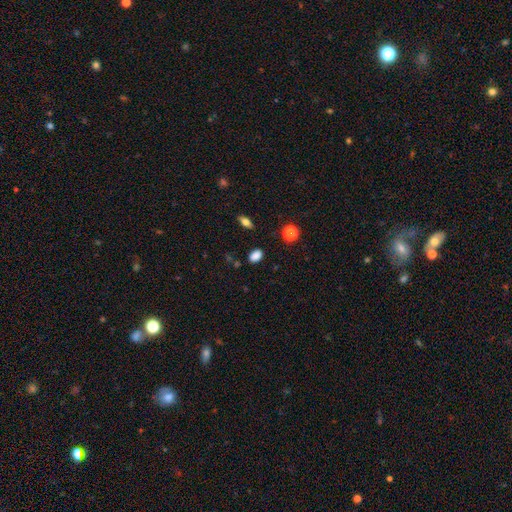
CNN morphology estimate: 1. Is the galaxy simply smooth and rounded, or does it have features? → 84% smooth, 11% star or artifact, 5% featured or disk.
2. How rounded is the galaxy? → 83% in between, 14% round, 2% cigar-shaped.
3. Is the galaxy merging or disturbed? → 84% none, 11% minor disturbance, 3% major disturbance, 2% merger.